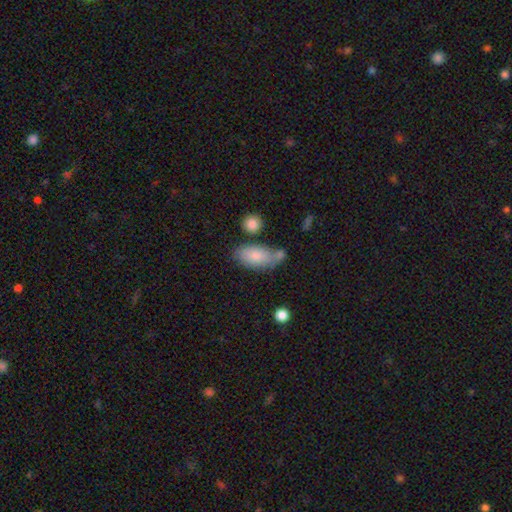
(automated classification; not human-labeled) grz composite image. It shows a smooth galaxy with no disk features (80%) that is in between round and cigar-shaped (90%). Merging: none (52%).